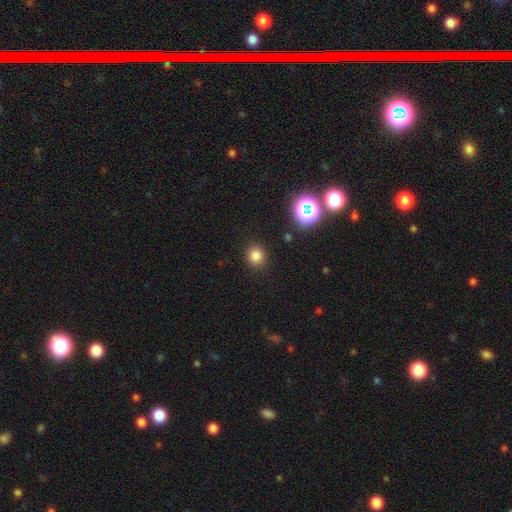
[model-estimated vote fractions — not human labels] smooth_or_featured: smooth (p=0.80) [alt: star or artifact p=0.15]
how_rounded: round (p=0.87) [alt: in between p=0.12]
merging: none (p=0.89) [alt: minor disturbance p=0.07]